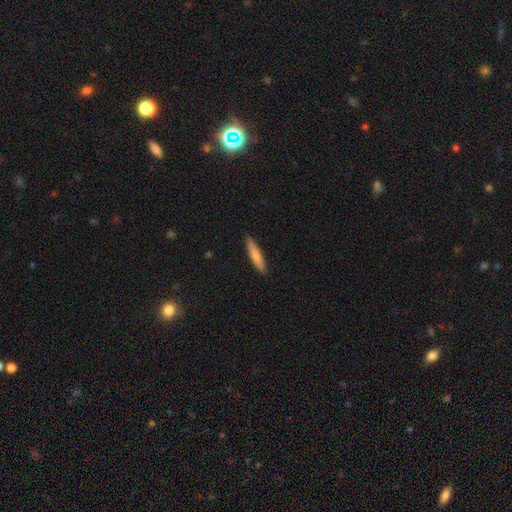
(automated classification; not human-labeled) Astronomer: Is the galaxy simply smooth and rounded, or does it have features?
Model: smooth — 75%.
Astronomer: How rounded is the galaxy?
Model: cigar-shaped — 90%.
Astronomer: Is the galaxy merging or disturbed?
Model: none — 90%.